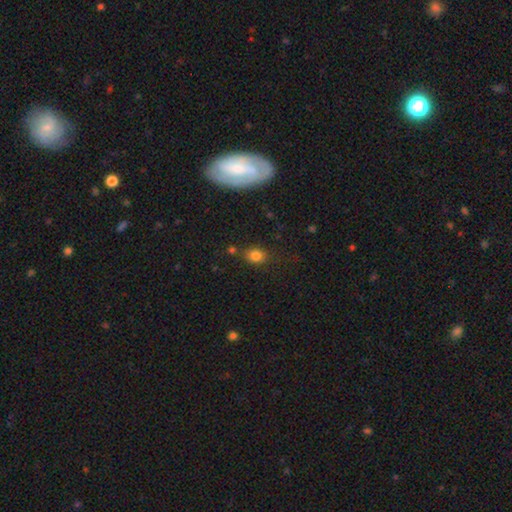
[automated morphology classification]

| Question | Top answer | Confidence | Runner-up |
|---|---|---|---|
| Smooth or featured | smooth | 80% | star or artifact (13%) |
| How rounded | round | 50% | in between (49%) |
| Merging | none | 74% | minor disturbance (15%) |